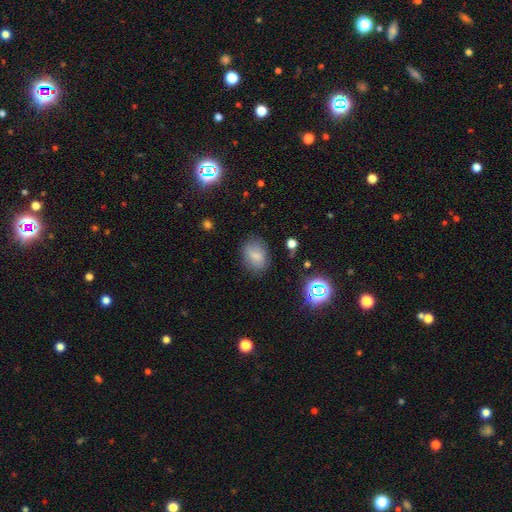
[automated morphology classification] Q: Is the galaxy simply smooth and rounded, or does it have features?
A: smooth — 72%.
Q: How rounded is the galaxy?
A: in between — 72%.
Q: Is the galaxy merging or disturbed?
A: none — 76%.